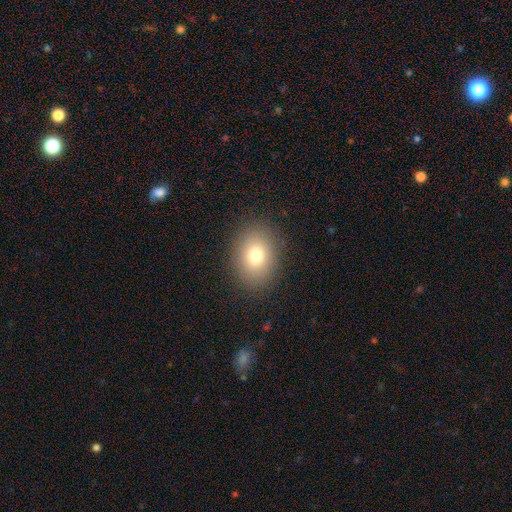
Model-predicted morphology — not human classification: Smooth or featured?
  - smooth: 78% *
  - featured or disk: 11%
  - star or artifact: 11%
How rounded?
  - in between: 63% *
  - round: 36%
  - cigar-shaped: 1%
Merging?
  - none: 87% *
  - minor disturbance: 9%
  - major disturbance: 3%
  - merger: 1%